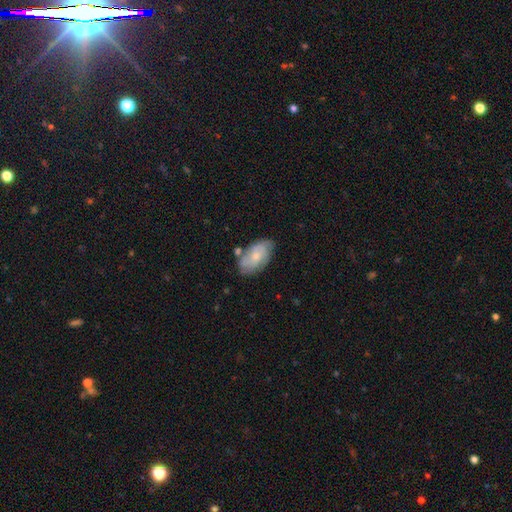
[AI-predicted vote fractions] smooth 51%, featured or disk 43%, star or artifact 7%. Down the decision tree: how rounded — in between (93%); merging — none (62%).